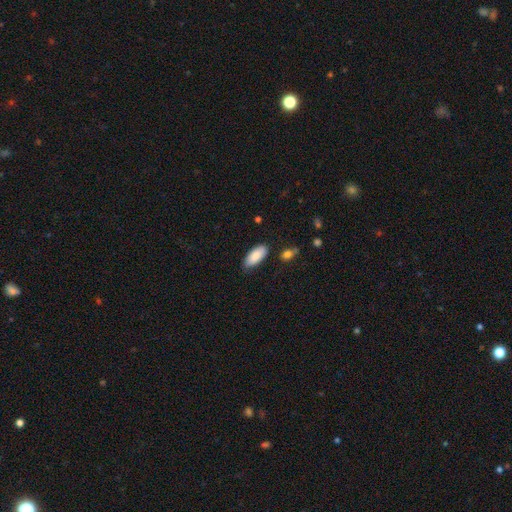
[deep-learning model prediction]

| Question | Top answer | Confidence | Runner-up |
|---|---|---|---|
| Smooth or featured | smooth | 87% | featured or disk (7%) |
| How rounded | in between | 88% | cigar-shaped (10%) |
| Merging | none | 79% | minor disturbance (16%) |